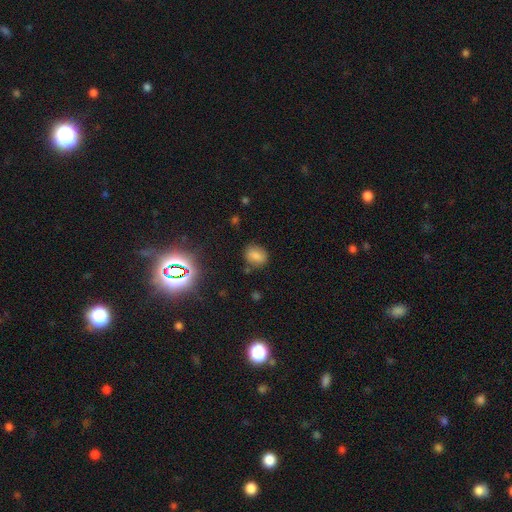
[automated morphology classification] A smooth galaxy with no disk features (77%) that is in between round and cigar-shaped (52%).

Vote fractions:
- Smooth or featured? smooth: 77% / star or artifact: 15% / featured or disk: 9%
- How rounded? in between: 52% / round: 47% / cigar-shaped: 1%
- Merging? none: 78% / minor disturbance: 15% / major disturbance: 4% / merger: 3%